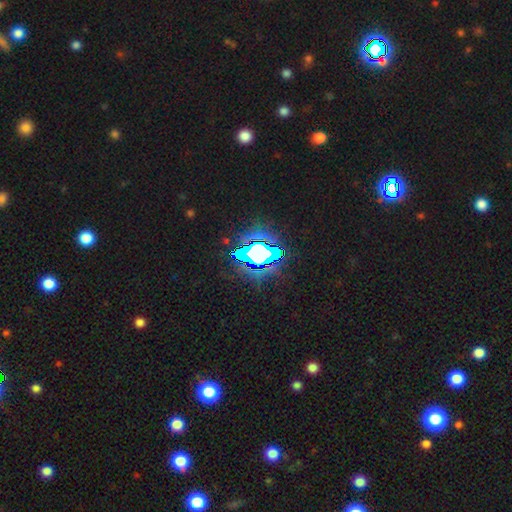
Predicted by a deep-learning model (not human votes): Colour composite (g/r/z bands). It shows a star or artifact, not a galaxy (78%).